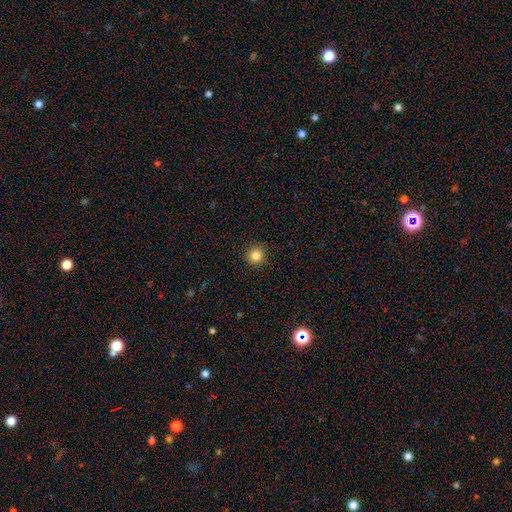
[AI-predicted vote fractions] A smooth galaxy with no disk features (84%) that is round (95%). Merging: none (92%).